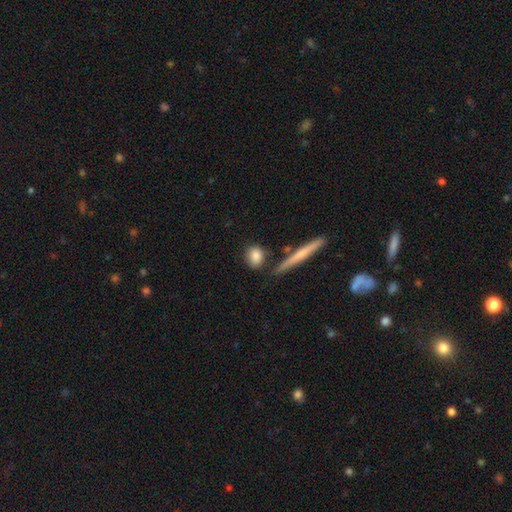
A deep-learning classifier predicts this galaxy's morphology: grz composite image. It shows a smooth galaxy with no disk features (82%) that is round (53%). Merging: none (75%).